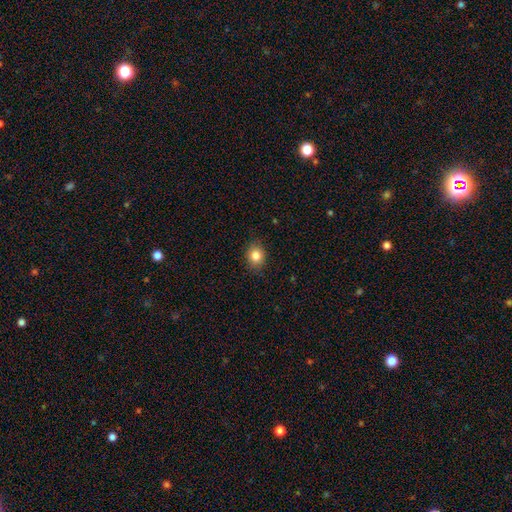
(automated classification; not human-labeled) Morphology: type=smooth (84%); roundness=round (58%); merging=none (86%).